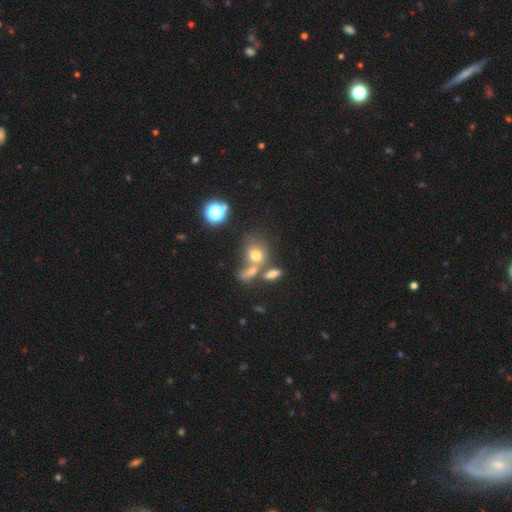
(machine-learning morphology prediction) Smooth or featured? Predicted: smooth (p=0.65). How rounded? Predicted: in between (p=0.49). Merging? Predicted: merger (p=0.43).